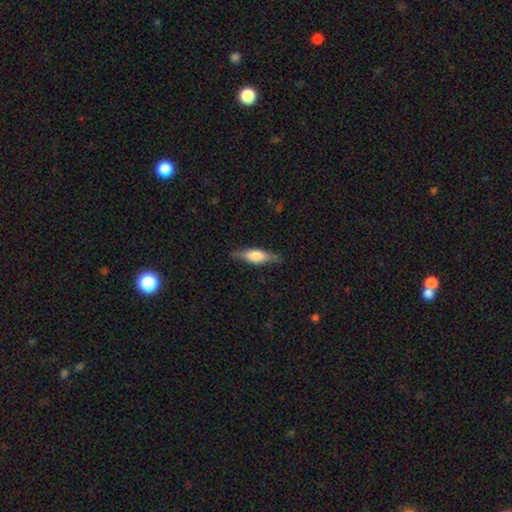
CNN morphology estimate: Q: Smooth or featured?
A: smooth (55%); runner-up: featured or disk (39%)
Q: How rounded?
A: cigar-shaped (50%); runner-up: in between (48%)
Q: Merging?
A: none (82%); runner-up: minor disturbance (14%)